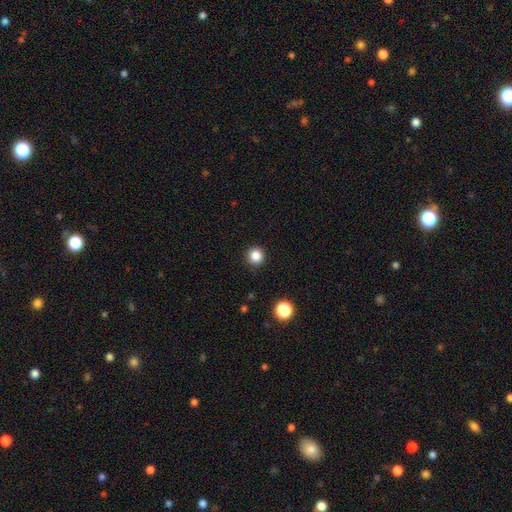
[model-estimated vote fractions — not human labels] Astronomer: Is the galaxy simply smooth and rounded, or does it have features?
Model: smooth — 85%.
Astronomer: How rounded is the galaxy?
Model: round — 95%.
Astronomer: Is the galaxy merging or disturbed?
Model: none — 92%.